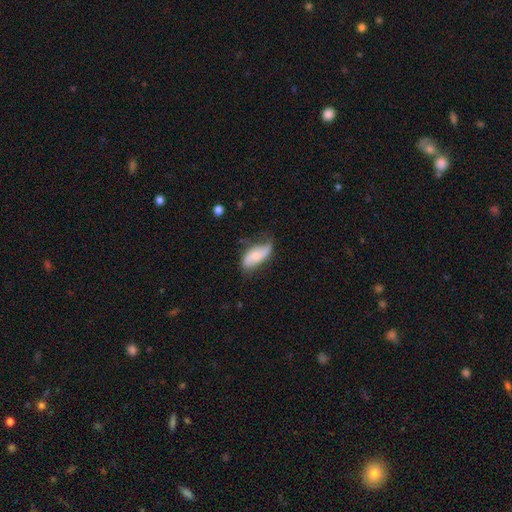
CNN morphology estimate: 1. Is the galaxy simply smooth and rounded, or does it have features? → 47% featured or disk, 46% smooth, 7% star or artifact.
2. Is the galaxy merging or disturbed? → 55% none, 33% minor disturbance, 10% major disturbance, 2% merger.